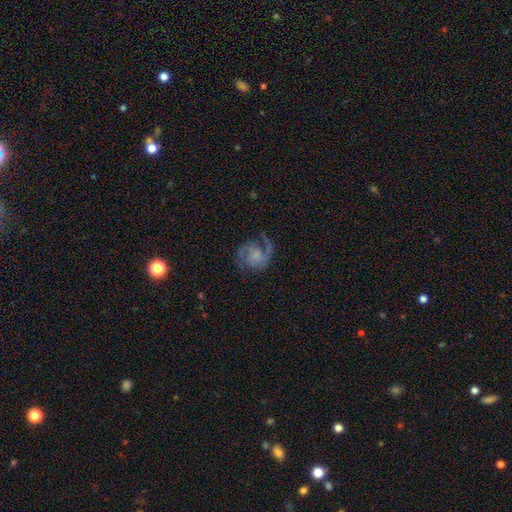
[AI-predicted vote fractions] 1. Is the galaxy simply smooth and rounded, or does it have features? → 82% featured or disk, 11% smooth, 6% star or artifact.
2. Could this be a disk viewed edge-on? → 98% no, 2% yes.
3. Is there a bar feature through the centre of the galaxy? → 68% no, 27% weak, 5% strong.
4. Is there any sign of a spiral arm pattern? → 96% yes, 4% no.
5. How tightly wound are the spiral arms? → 52% medium, 25% tight, 23% loose.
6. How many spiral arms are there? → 80% 2, 6% 1, 5% 3, 5% can't tell, 2% 4, 2% more than 4.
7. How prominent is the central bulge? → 41% small, 32% none, 20% moderate, 6% large, 2% dominant.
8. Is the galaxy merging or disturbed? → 68% none, 17% minor disturbance, 13% major disturbance, 2% merger.